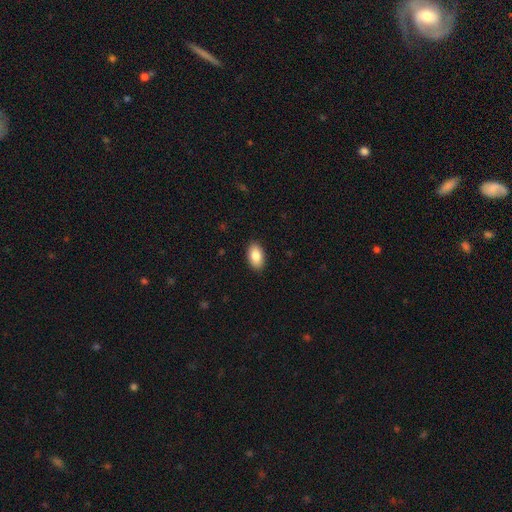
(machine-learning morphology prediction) smooth 86%, featured or disk 7%, star or artifact 7%. Down the decision tree: how rounded — in between (94%); merging — none (90%).